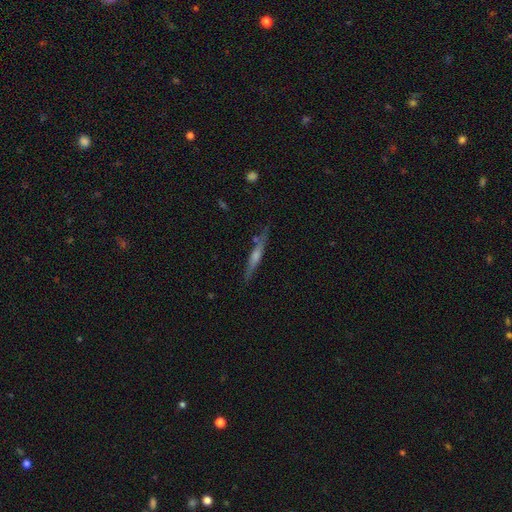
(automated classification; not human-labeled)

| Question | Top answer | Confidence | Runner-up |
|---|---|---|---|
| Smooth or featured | featured or disk | 66% | smooth (23%) |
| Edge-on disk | yes | 93% | no (7%) |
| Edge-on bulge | rounded | 75% | none (17%) |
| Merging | none | 84% | minor disturbance (11%) |